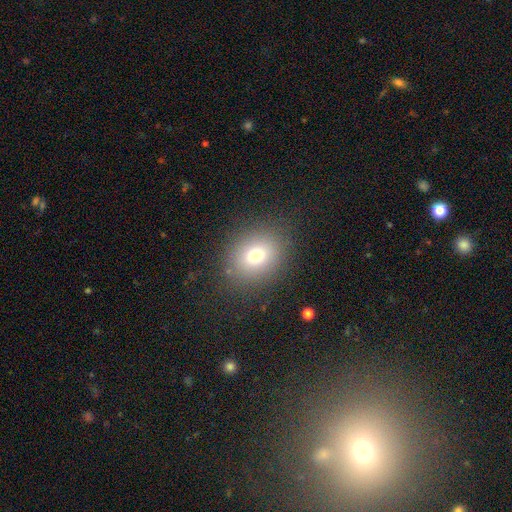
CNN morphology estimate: This appears to be a smooth galaxy with no disk features (73%) that is round (58%). Merging: none (84%).